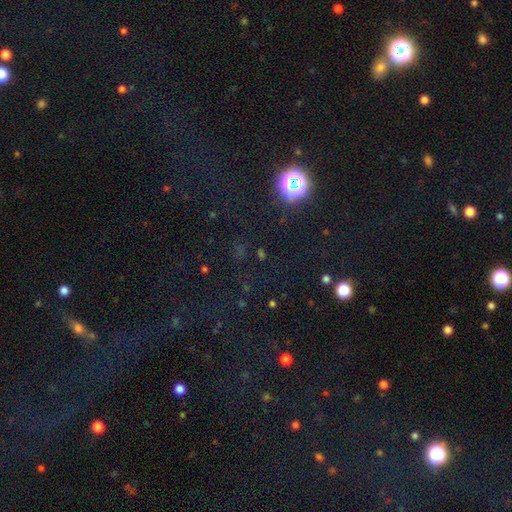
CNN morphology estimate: Smooth or featured?
  - star or artifact: 72% *
  - smooth: 19%
  - featured or disk: 9%